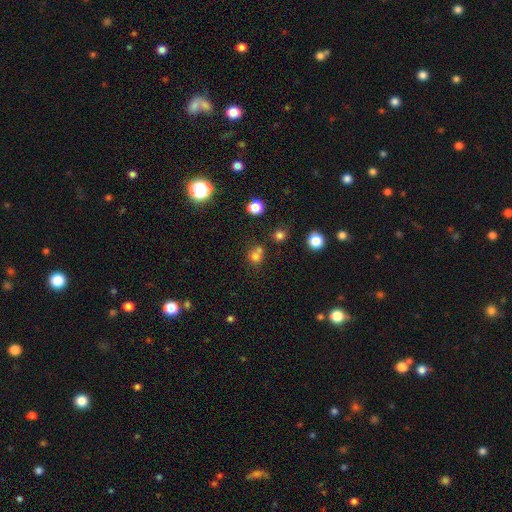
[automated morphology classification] smooth 72%, star or artifact 18%, featured or disk 10%. Down the decision tree: how rounded — round (80%); merging — none (44%).